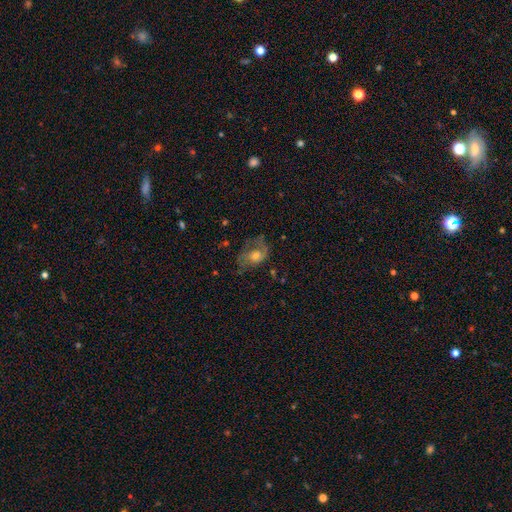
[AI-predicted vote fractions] Smooth or featured? Predicted: featured or disk (p=0.57). Edge-on disk? Predicted: no (p=0.96). Bar? Predicted: no (p=0.77). Spiral arms? Predicted: yes (p=0.69). Bulge size? Predicted: moderate (p=0.59). Merging? Predicted: none (p=0.47).